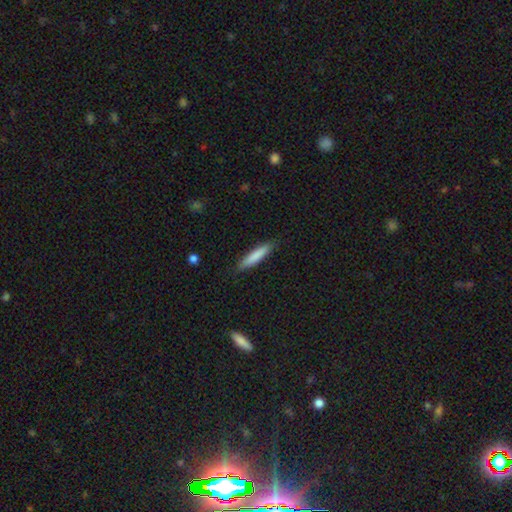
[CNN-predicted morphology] smooth_or_featured: smooth (p=0.82) [alt: featured or disk p=0.12]
how_rounded: cigar-shaped (p=0.85) [alt: in between p=0.13]
merging: none (p=0.86) [alt: minor disturbance p=0.11]